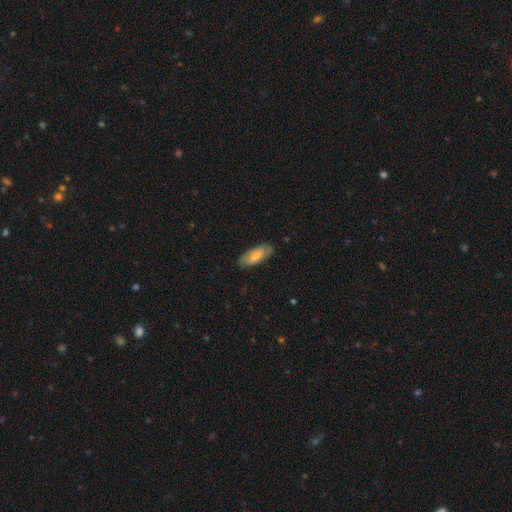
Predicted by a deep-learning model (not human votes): Smooth or featured?
  - smooth: 69% *
  - featured or disk: 25%
  - star or artifact: 6%
How rounded?
  - in between: 81% *
  - cigar-shaped: 17%
  - round: 2%
Merging?
  - none: 82% *
  - minor disturbance: 14%
  - major disturbance: 3%
  - merger: 1%